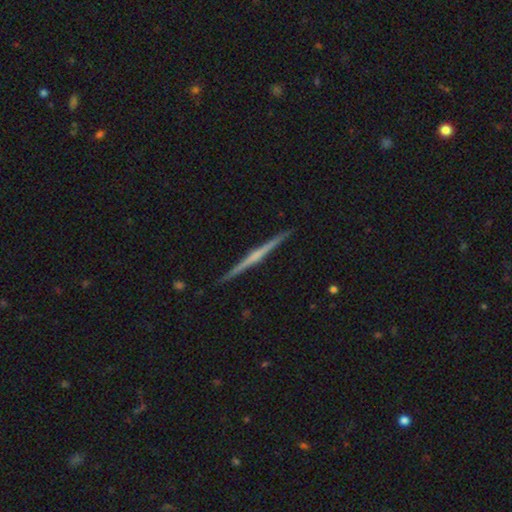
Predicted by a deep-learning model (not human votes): This appears to be a featured or disk galaxy (75%) viewed edge-on (99%) with a rounded central bulge (45%). Merging: none (92%).